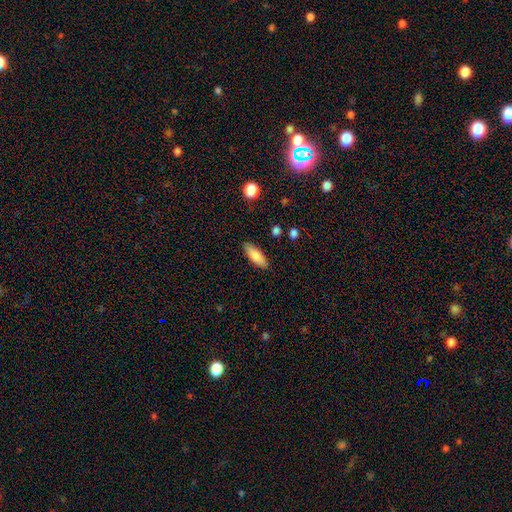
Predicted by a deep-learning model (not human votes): This is clearly a smooth galaxy (83%). How rounded: likely in between (66%). Merging: clearly none (87%).